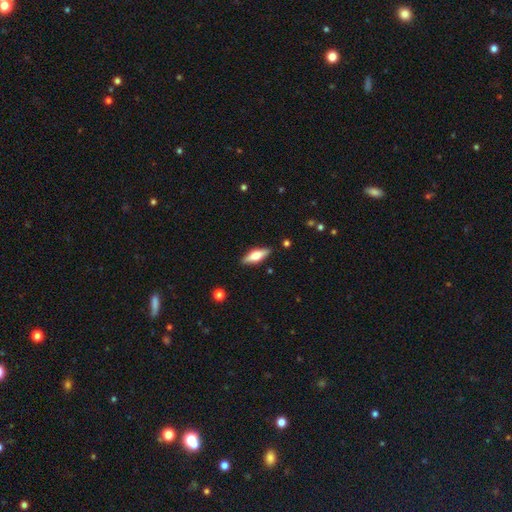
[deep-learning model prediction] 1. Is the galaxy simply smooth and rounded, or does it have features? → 50% smooth, 44% featured or disk, 6% star or artifact.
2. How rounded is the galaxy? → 55% in between, 42% cigar-shaped, 3% round.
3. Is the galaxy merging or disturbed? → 88% none, 9% minor disturbance, 2% major disturbance, 1% merger.